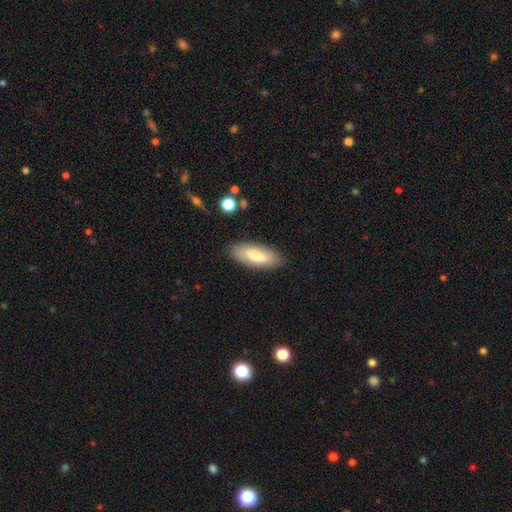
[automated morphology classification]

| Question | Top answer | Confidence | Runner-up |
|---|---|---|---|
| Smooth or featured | smooth | 65% | featured or disk (30%) |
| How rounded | in between | 76% | cigar-shaped (22%) |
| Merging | none | 85% | minor disturbance (11%) |